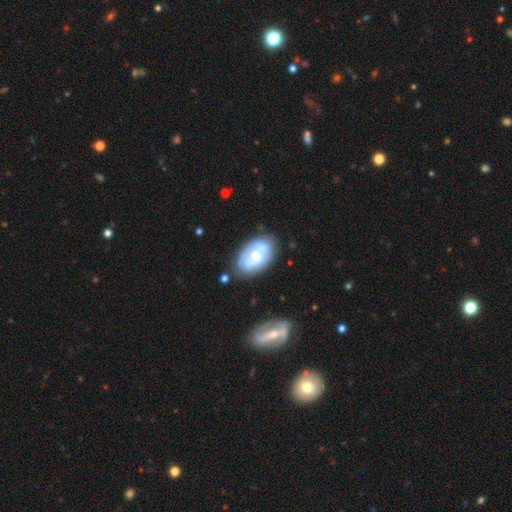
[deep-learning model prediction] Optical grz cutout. It shows a featured or disk galaxy (52%). Merging: none (61%).